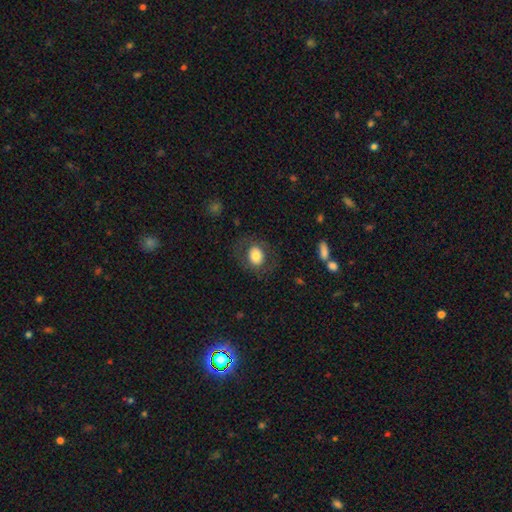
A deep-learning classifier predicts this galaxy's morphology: Q: Smooth or featured?
A: smooth (74%); runner-up: featured or disk (18%)
Q: How rounded?
A: round (53%); runner-up: in between (46%)
Q: Merging?
A: none (77%); runner-up: minor disturbance (12%)